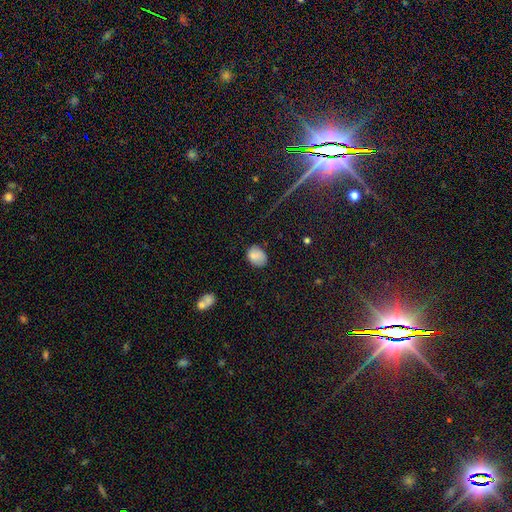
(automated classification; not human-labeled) A smooth galaxy with no disk features (80%) that is in between round and cigar-shaped (55%). Merging: none (72%).